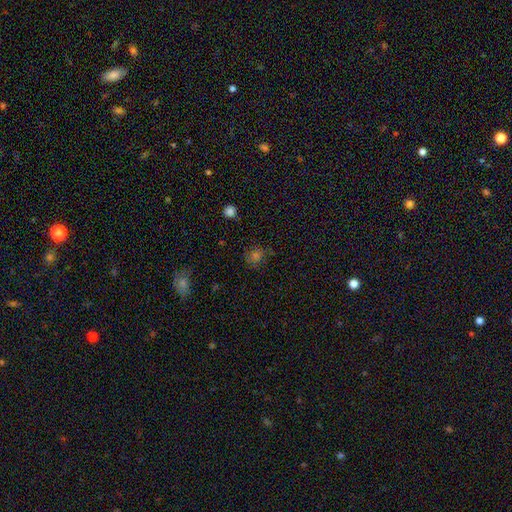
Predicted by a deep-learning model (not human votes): The model was most divided on "smooth or featured": smooth: 60%, star or artifact: 31%, featured or disk: 9%. More confident: how rounded — round (82%); merging — none (78%).